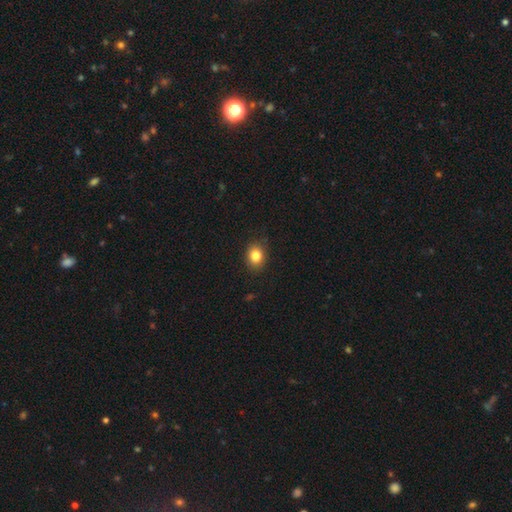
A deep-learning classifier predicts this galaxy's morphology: Q: Smooth or featured?
A: smooth (84%); runner-up: star or artifact (10%)
Q: How rounded?
A: round (52%); runner-up: in between (47%)
Q: Merging?
A: none (86%); runner-up: minor disturbance (10%)